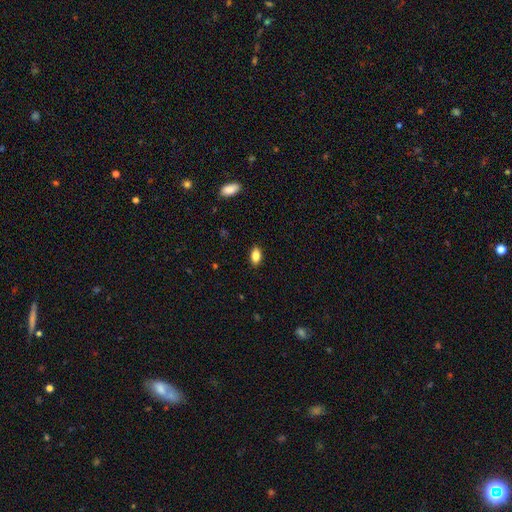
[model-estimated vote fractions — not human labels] A smooth galaxy with no disk features (86%) that is in between round and cigar-shaped (89%). Merging: none (88%).